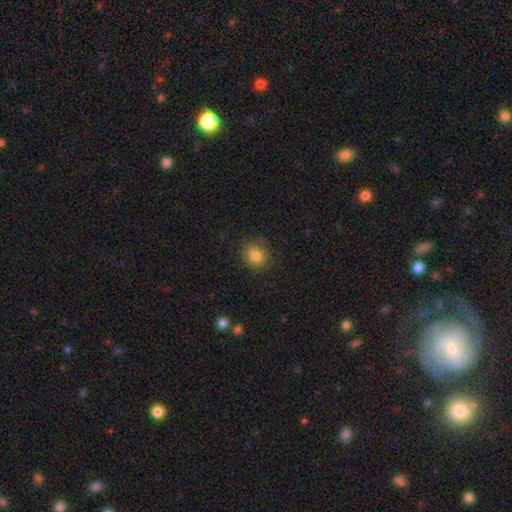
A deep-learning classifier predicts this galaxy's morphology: This is clearly a smooth galaxy (83%). How rounded: likely round (73%). Merging: clearly none (82%).